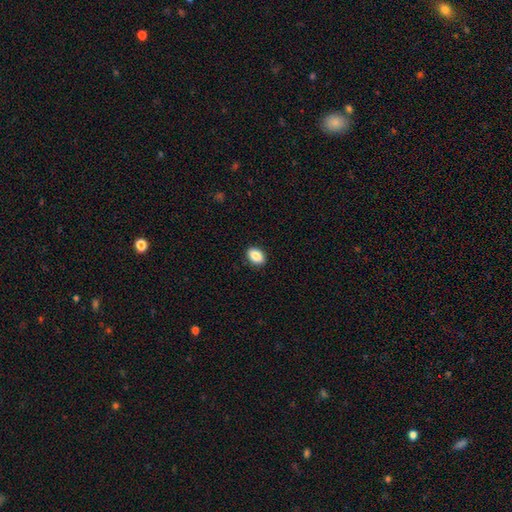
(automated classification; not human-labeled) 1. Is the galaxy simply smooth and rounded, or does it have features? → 88% smooth, 8% star or artifact, 4% featured or disk.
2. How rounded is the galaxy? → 83% in between, 15% round, 1% cigar-shaped.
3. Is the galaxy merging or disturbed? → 89% none, 8% minor disturbance, 2% major disturbance, 1% merger.